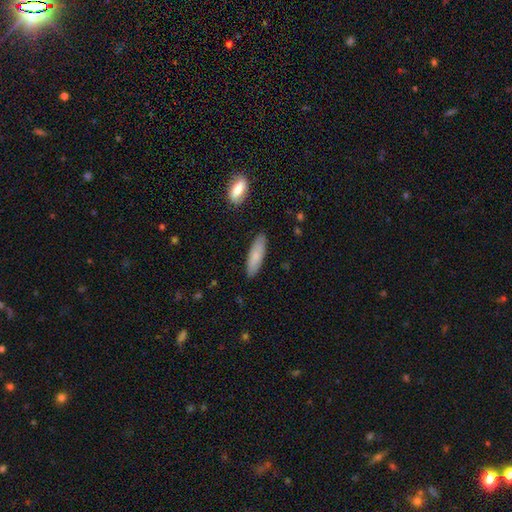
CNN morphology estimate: Smooth or featured?
  - smooth: 77% *
  - featured or disk: 17%
  - star or artifact: 6%
How rounded?
  - cigar-shaped: 53% *
  - in between: 45%
  - round: 2%
Merging?
  - none: 86% *
  - minor disturbance: 10%
  - major disturbance: 2%
  - merger: 2%